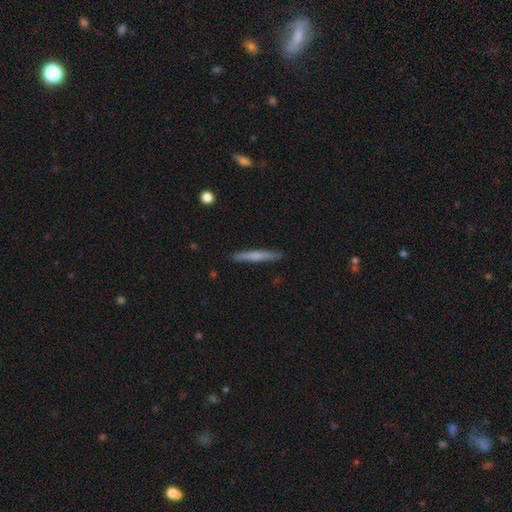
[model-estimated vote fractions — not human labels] Morphology: type=smooth (62%); roundness=cigar-shaped (96%); merging=none (90%).